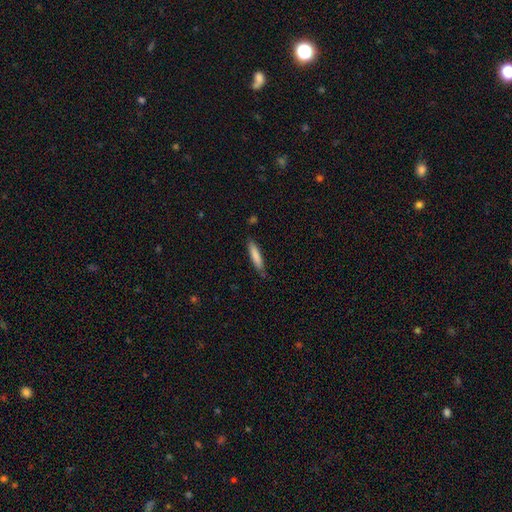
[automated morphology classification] smooth 82%, featured or disk 13%, star or artifact 6%. Down the decision tree: how rounded — cigar-shaped (85%); merging — none (82%).